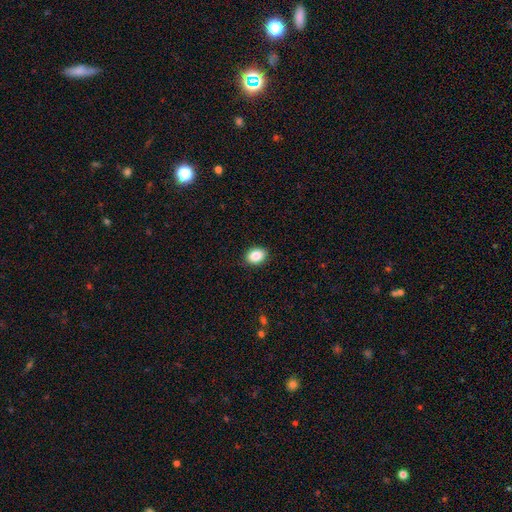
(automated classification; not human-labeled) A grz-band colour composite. It shows a smooth galaxy with no disk features (87%) that is in between round and cigar-shaped (68%). Merging: none (90%).